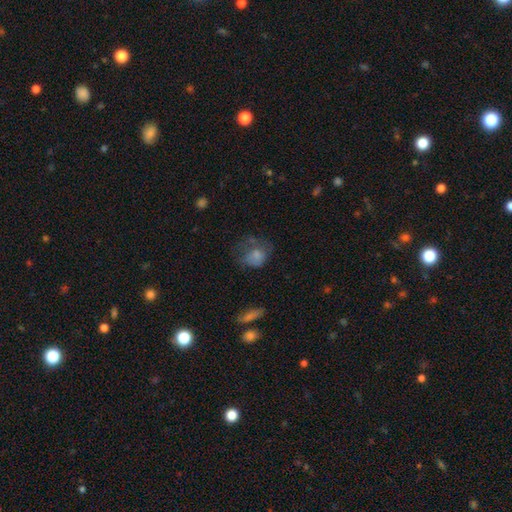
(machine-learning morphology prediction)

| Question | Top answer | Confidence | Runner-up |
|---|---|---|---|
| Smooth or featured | smooth | 69% | featured or disk (21%) |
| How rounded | round | 54% | in between (44%) |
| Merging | major disturbance | 37% | none (32%) |